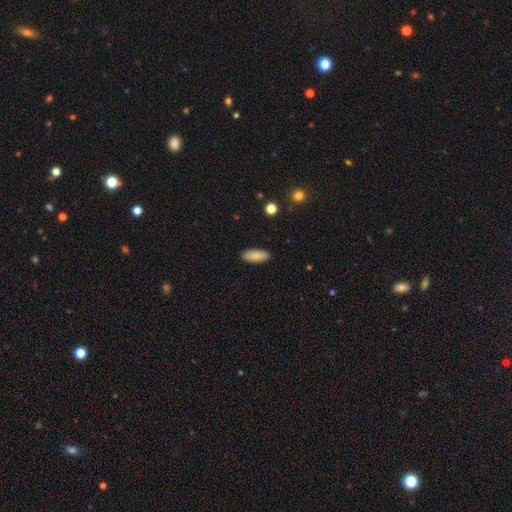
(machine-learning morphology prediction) smooth_or_featured: smooth (p=0.86) [alt: featured or disk p=0.07]
how_rounded: in between (p=0.82) [alt: cigar-shaped p=0.16]
merging: none (p=0.89) [alt: minor disturbance p=0.08]